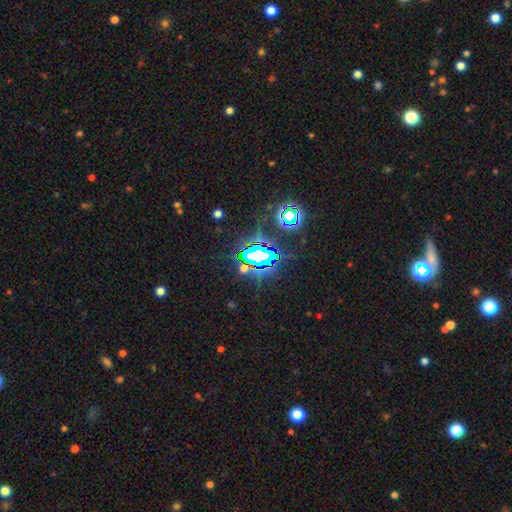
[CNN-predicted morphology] Smooth or featured?
  - star or artifact: 74% *
  - smooth: 14%
  - featured or disk: 12%